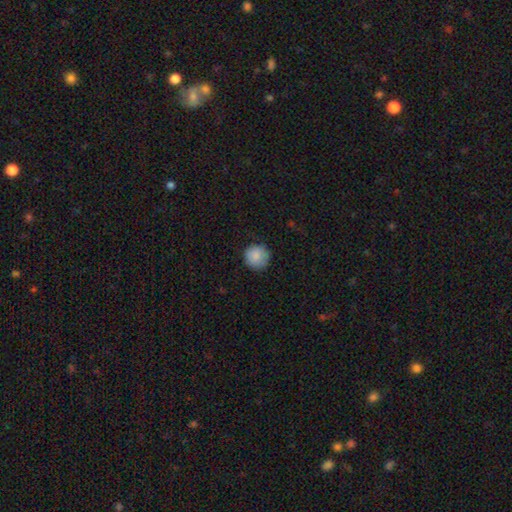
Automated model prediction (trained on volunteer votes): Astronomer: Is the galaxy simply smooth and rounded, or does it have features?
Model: smooth — 86%.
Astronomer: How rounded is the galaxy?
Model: round — 95%.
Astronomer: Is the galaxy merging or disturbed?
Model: none — 84%.